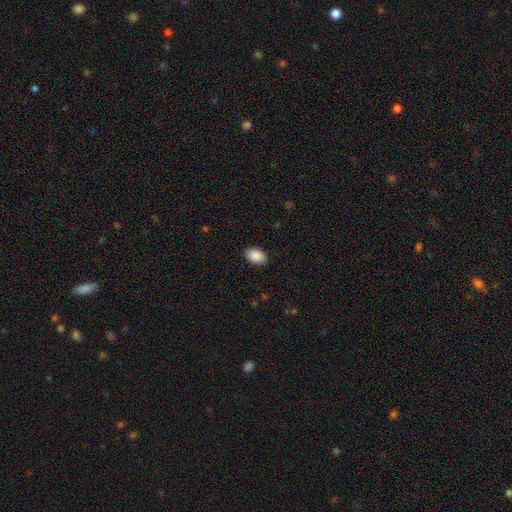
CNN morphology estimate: A smooth galaxy with no disk features (90%) that is in between round and cigar-shaped (88%).

Vote fractions:
- Smooth or featured? smooth: 90% / star or artifact: 7% / featured or disk: 3%
- How rounded? in between: 88% / round: 11% / cigar-shaped: 1%
- Merging? none: 89% / minor disturbance: 8% / major disturbance: 2% / merger: 1%